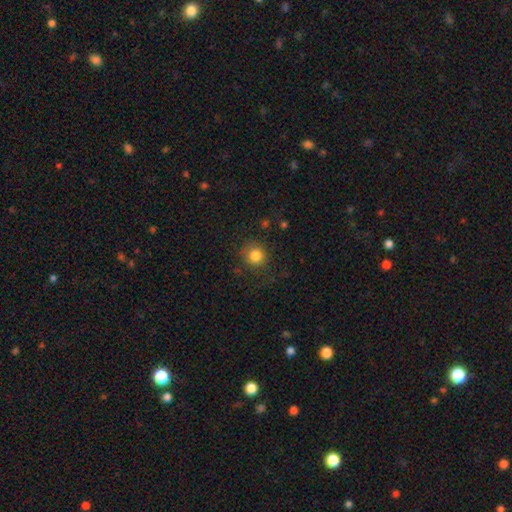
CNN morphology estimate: Q: Smooth or featured?
A: smooth (84%); runner-up: star or artifact (11%)
Q: How rounded?
A: round (91%); runner-up: in between (8%)
Q: Merging?
A: none (81%); runner-up: minor disturbance (12%)